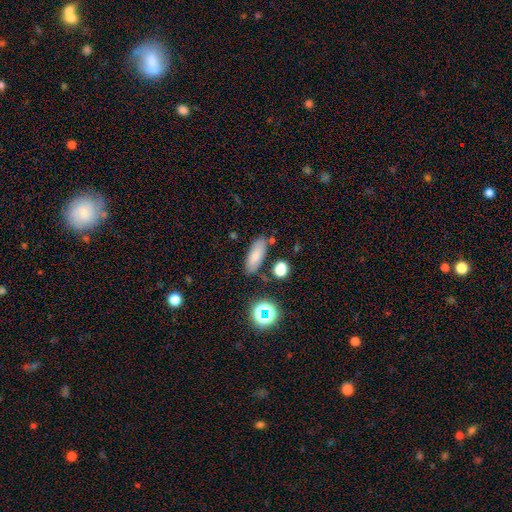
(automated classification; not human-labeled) This is likely a smooth galaxy (75%). How rounded: likely in between (71%). Merging: likely none (78%).